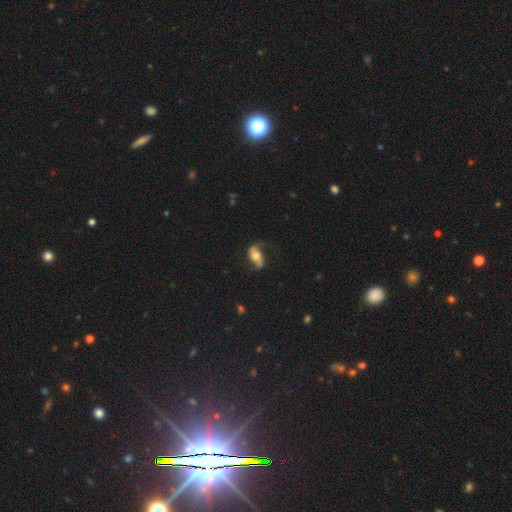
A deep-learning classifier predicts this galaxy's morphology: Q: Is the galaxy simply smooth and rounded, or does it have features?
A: featured or disk — 58%.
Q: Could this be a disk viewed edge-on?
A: no — 89%.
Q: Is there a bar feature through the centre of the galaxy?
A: no — 48%.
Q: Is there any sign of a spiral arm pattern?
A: yes — 84%.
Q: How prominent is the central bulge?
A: moderate — 57%.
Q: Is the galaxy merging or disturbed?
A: none — 57%.